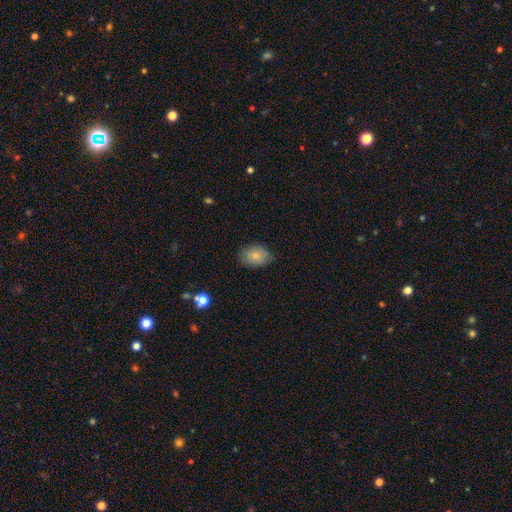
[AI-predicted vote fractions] Q: Smooth or featured?
A: smooth (82%); runner-up: featured or disk (10%)
Q: How rounded?
A: in between (76%); runner-up: round (23%)
Q: Merging?
A: none (78%); runner-up: minor disturbance (17%)